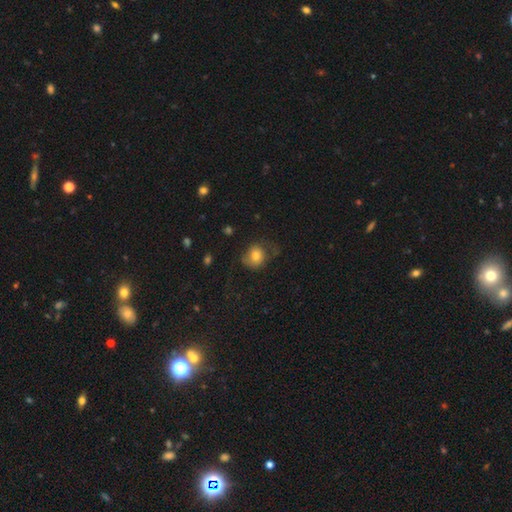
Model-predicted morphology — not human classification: Smooth or featured? smooth (73%)
How rounded? round (72%)
Merging? none (52%)